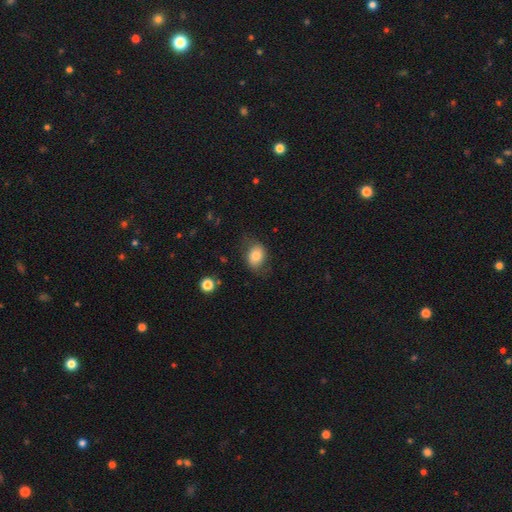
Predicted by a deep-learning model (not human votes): Overall: smooth (75%). How rounded: in between (68%; round 31%). Merging: none (68%).